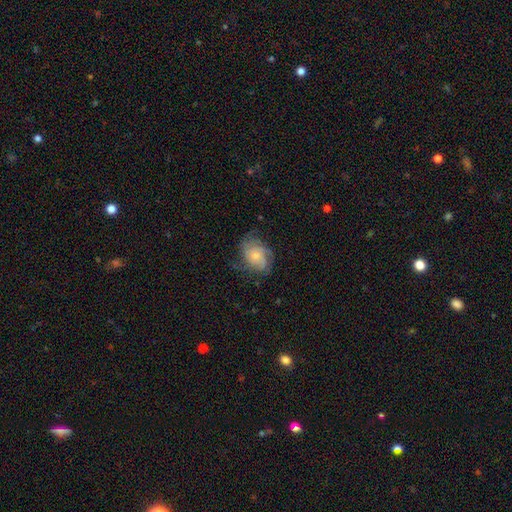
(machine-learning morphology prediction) Overall: featured or disk (72%). Edge-on disk: no (97%). Bar: no (78%). Spiral arms: yes (93%). Spiral arm count: can't tell (31%; 3 26%). Spiral winding: tight (54%; medium 35%). Bulge size: small (49%; moderate 41%). Merging: none (67%).